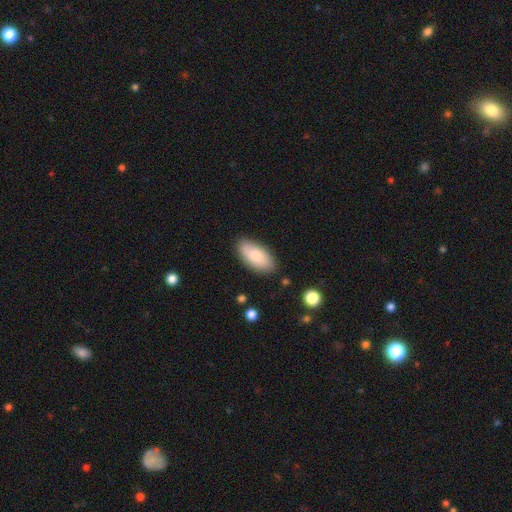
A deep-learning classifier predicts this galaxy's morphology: type=smooth (81%); roundness=in between (92%); merging=none (82%).